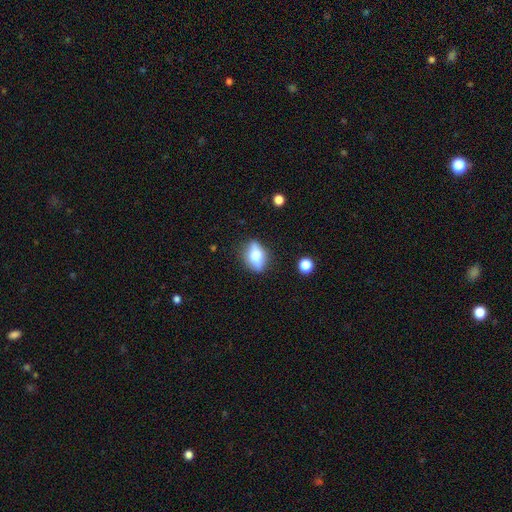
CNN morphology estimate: smooth-or-featured: smooth: 49% | featured or disk: 43% | star or artifact: 9%
  merging: none: 82% | minor disturbance: 13% | major disturbance: 4% | merger: 2%